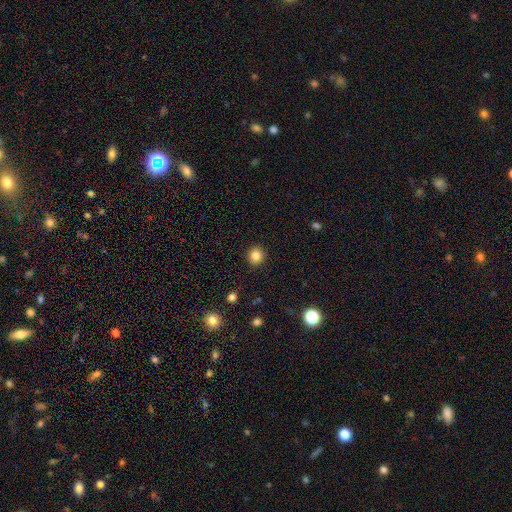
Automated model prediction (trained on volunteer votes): Q: Smooth or featured?
A: smooth (85%); runner-up: star or artifact (11%)
Q: How rounded?
A: round (89%); runner-up: in between (10%)
Q: Merging?
A: none (92%); runner-up: minor disturbance (5%)